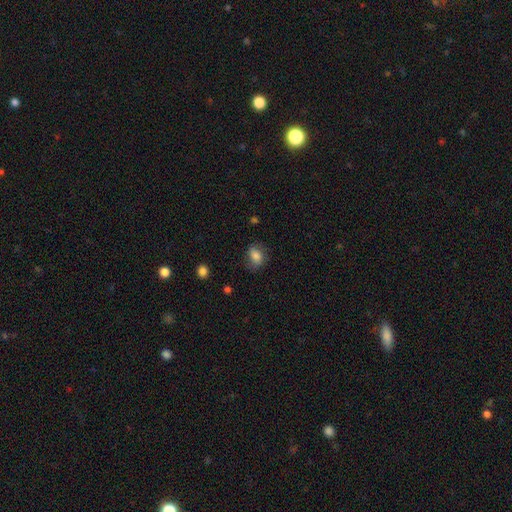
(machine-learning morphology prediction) Smooth or featured? Predicted: smooth (p=0.78). How rounded? Predicted: in between (p=0.69). Merging? Predicted: none (p=0.68).